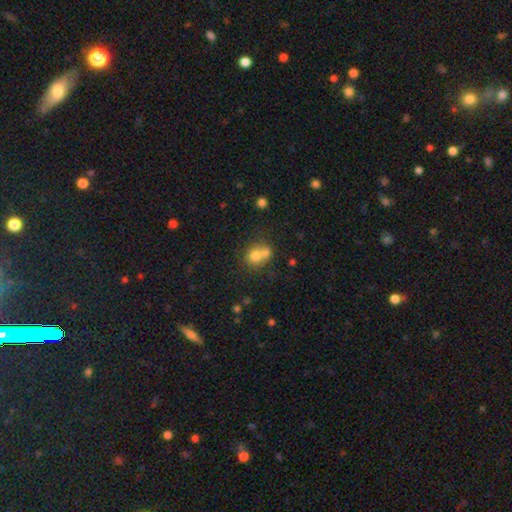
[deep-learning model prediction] Smooth or featured?
  - smooth: 74% *
  - featured or disk: 14%
  - star or artifact: 12%
How rounded?
  - round: 73% *
  - in between: 26%
  - cigar-shaped: 1%
Merging?
  - merger: 53% *
  - none: 35%
  - minor disturbance: 8%
  - major disturbance: 4%